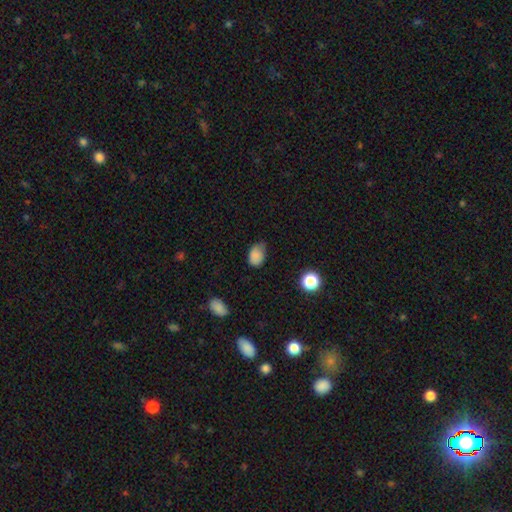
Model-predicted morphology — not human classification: Overall: smooth (82%). How rounded: in between (75%). Merging: none (46%; minor disturbance 42%).